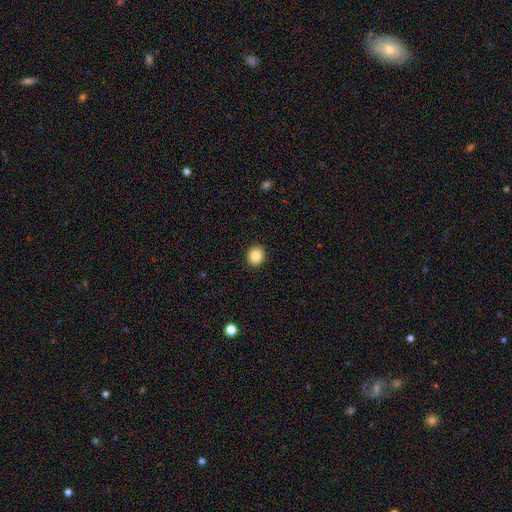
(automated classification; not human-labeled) The model was most divided on "how rounded": round: 75%, in between: 24%, cigar-shaped: 1%. More confident: merging — none (92%); smooth or featured — smooth (86%).